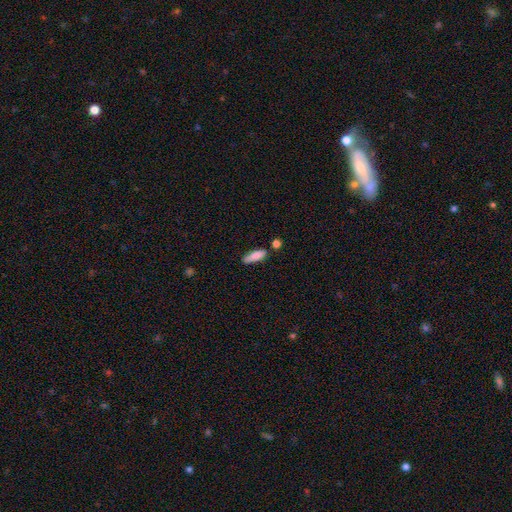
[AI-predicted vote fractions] Morphology: type=smooth (83%); roundness=cigar-shaped (54%); merging=none (73%).